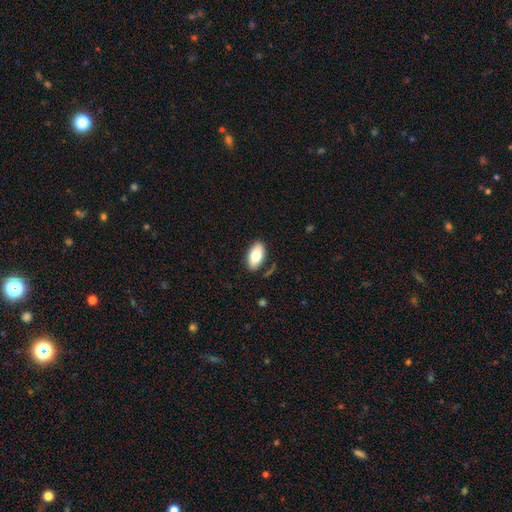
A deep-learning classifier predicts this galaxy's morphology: Q: Smooth or featured?
A: smooth (77%); runner-up: featured or disk (16%)
Q: How rounded?
A: in between (93%); runner-up: round (4%)
Q: Merging?
A: none (83%); runner-up: minor disturbance (11%)